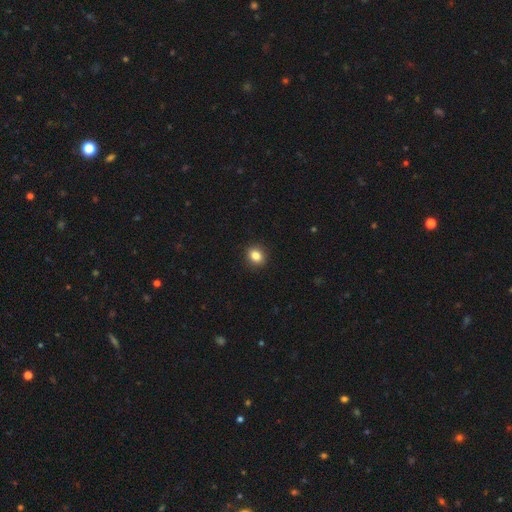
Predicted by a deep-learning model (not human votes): Overall: smooth (85%). How rounded: round (61%; in between 38%). Merging: none (91%).